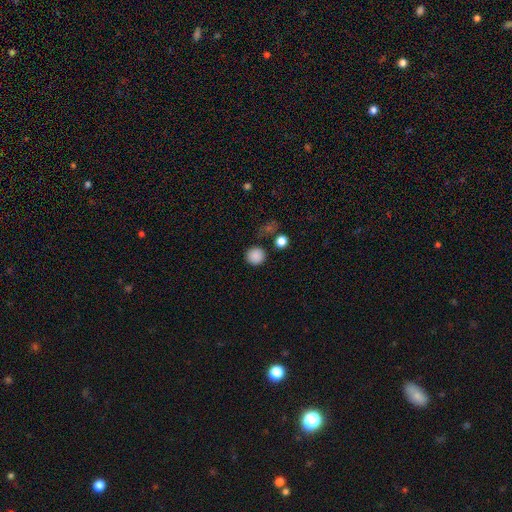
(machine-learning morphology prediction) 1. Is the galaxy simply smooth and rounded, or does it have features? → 86% smooth, 11% star or artifact, 3% featured or disk.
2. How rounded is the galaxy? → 94% round, 5% in between, 1% cigar-shaped.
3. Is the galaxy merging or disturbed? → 84% none, 9% minor disturbance, 4% merger, 3% major disturbance.